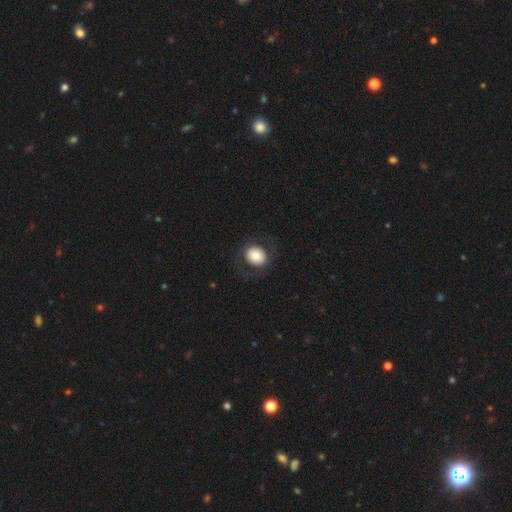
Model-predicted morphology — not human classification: The model was most divided on "how rounded": round: 70%, in between: 29%, cigar-shaped: 1%. More confident: merging — none (81%); smooth or featured — smooth (72%).